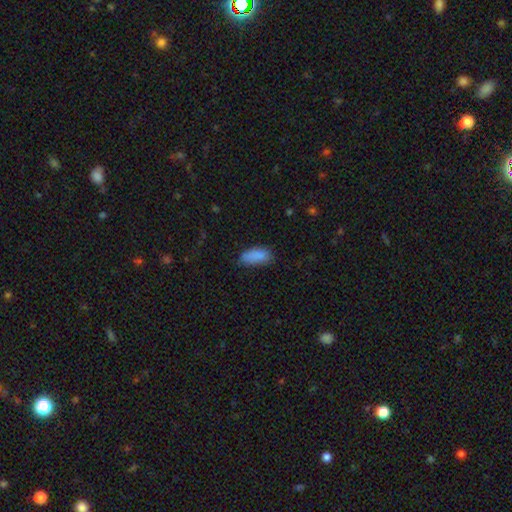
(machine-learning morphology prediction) Overall: smooth (87%). How rounded: in between (88%). Merging: none (70%).